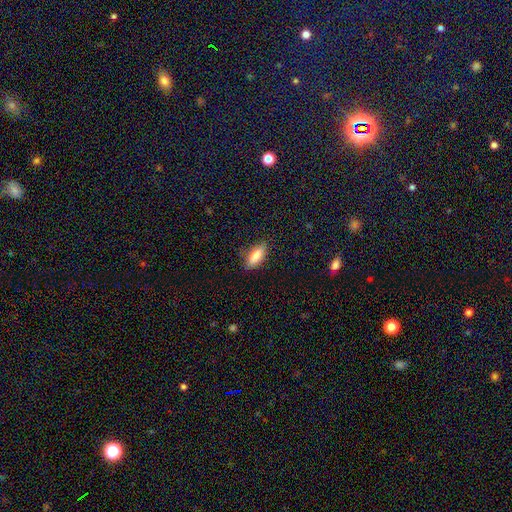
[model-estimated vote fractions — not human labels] The model was most divided on "how rounded": in between: 76%, cigar-shaped: 22%, round: 2%. More confident: smooth or featured — smooth (80%); merging — none (80%).